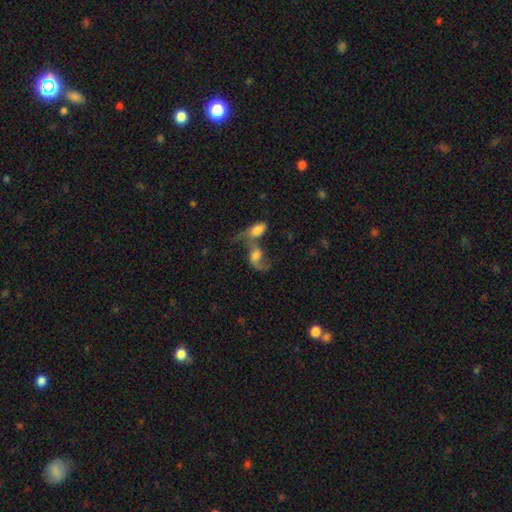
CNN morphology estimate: Smooth or featured? featured or disk (58%)
Edge-on disk? no (94%)
Bar? no (55%)
Spiral arms? yes (81%)
Bulge size? moderate (41%)
Merging? merger (63%)